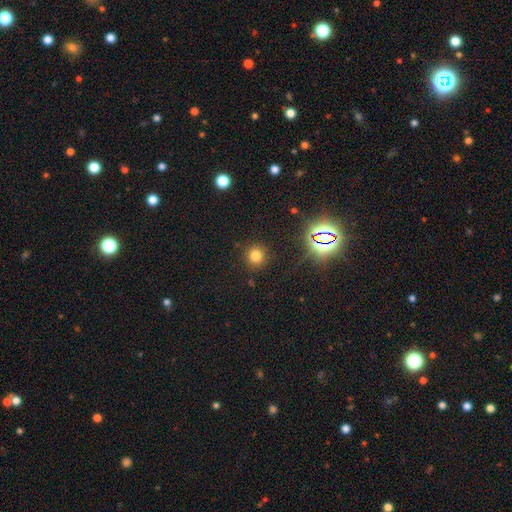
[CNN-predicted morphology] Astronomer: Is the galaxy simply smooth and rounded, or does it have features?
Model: smooth — 74%.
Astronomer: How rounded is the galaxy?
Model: round — 91%.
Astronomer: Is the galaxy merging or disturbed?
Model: none — 89%.